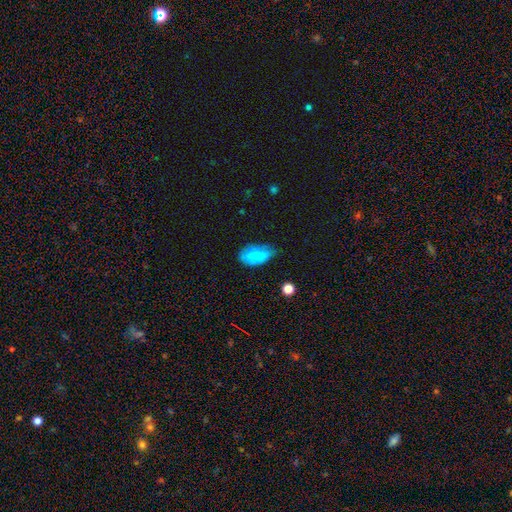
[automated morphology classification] Smooth or featured? Predicted: smooth (p=0.79). How rounded? Predicted: in between (p=0.91). Merging? Predicted: none (p=0.53).